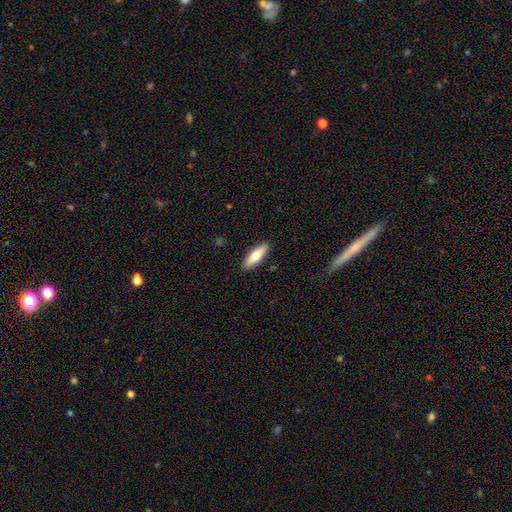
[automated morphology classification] This appears to be a smooth galaxy with no disk features (70%) that is in between round and cigar-shaped (50%). Merging: none (90%).